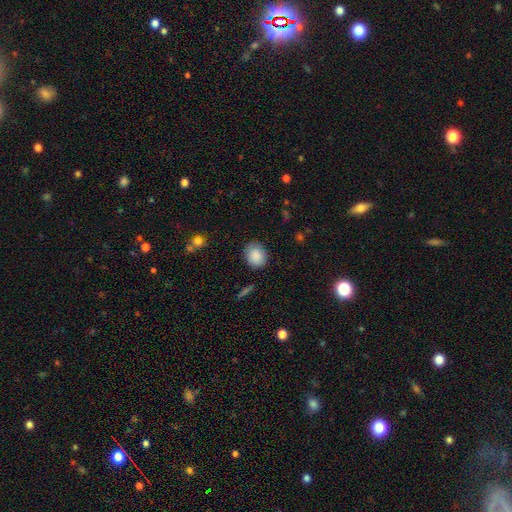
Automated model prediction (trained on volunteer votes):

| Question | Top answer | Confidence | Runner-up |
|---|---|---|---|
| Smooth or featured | smooth | 87% | star or artifact (7%) |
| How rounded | round | 56% | in between (43%) |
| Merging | none | 83% | minor disturbance (13%) |